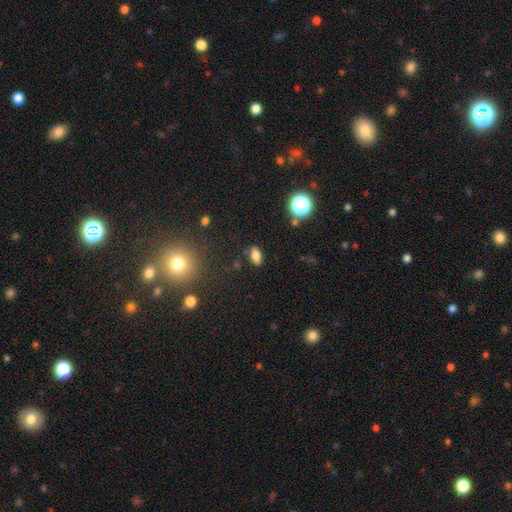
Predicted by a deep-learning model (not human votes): Q: Smooth or featured?
A: smooth (78%); runner-up: star or artifact (13%)
Q: How rounded?
A: in between (86%); runner-up: cigar-shaped (8%)
Q: Merging?
A: none (84%); runner-up: minor disturbance (11%)